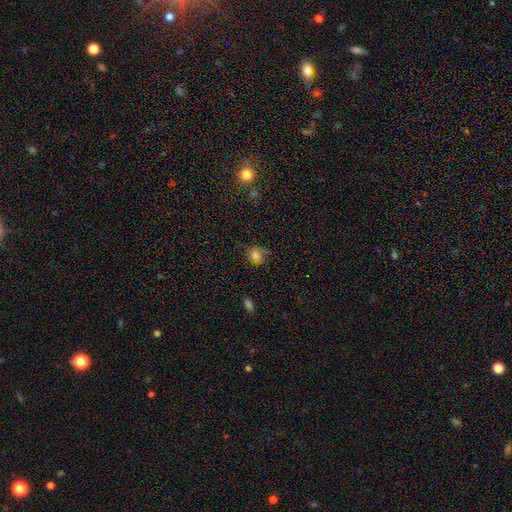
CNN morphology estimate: Smooth or featured: smooth — 81% (star or artifact — 13%)
How rounded: round — 84% (in between — 15%)
Merging: none — 74% (minor disturbance — 19%)